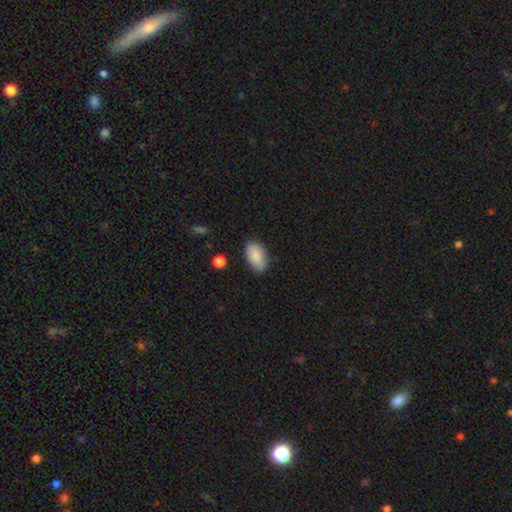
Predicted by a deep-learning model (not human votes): Smooth or featured?
  - smooth: 87% *
  - star or artifact: 7%
  - featured or disk: 6%
How rounded?
  - in between: 92% *
  - round: 6%
  - cigar-shaped: 2%
Merging?
  - none: 72% *
  - minor disturbance: 22%
  - major disturbance: 4%
  - merger: 2%